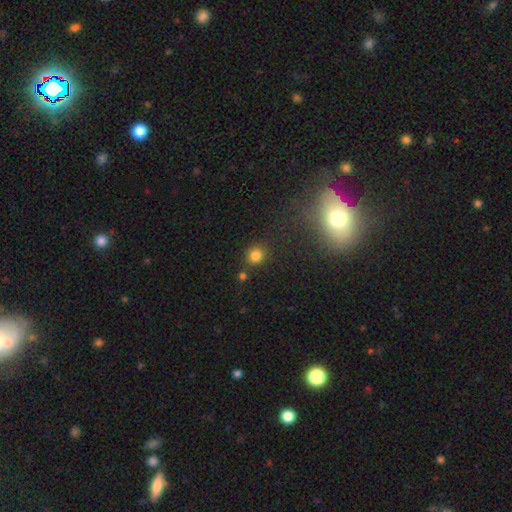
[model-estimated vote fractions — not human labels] Q: Smooth or featured?
A: smooth (80%); runner-up: star or artifact (15%)
Q: How rounded?
A: round (89%); runner-up: in between (10%)
Q: Merging?
A: none (81%); runner-up: minor disturbance (8%)